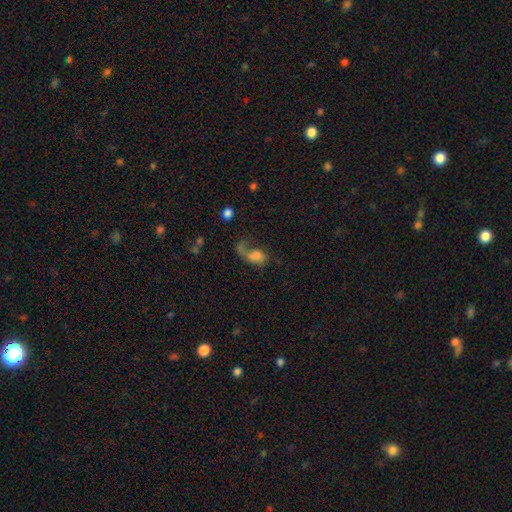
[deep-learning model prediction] Q: Smooth or featured?
A: smooth (55%); runner-up: featured or disk (30%)
Q: How rounded?
A: in between (69%); runner-up: round (28%)
Q: Merging?
A: major disturbance (40%); runner-up: none (24%)